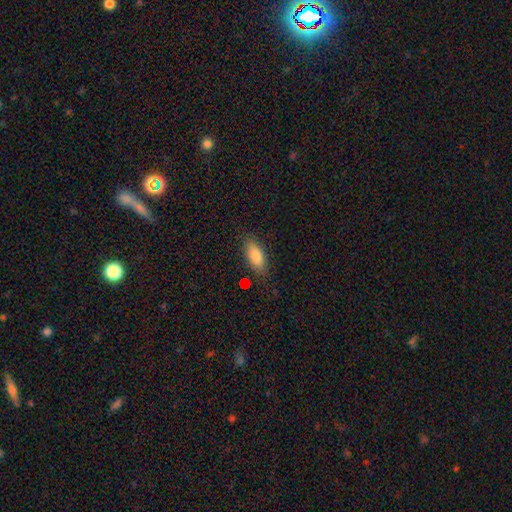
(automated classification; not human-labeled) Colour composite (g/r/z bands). It shows a smooth galaxy with no disk features (82%) that is in between round and cigar-shaped (83%). Merging: none (81%).